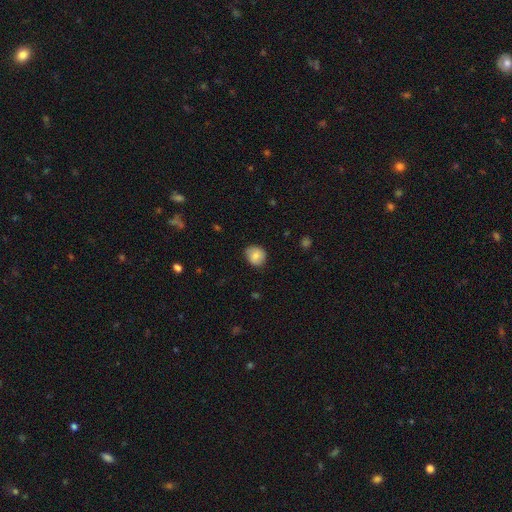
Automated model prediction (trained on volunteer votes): This appears to be a smooth galaxy with no disk features (81%) that is round (78%). Merging: none (78%).